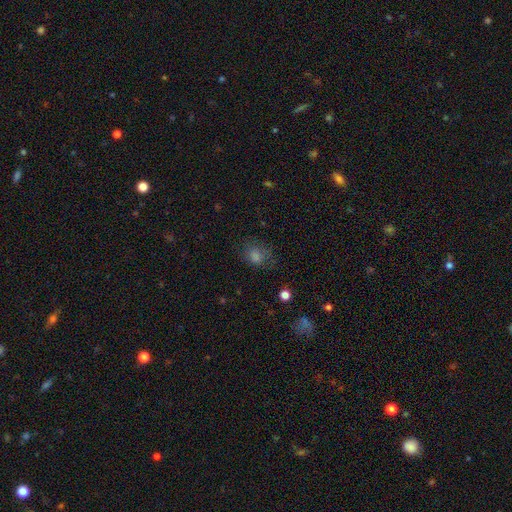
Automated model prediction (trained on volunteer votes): Smooth or featured: smooth — 67% (star or artifact — 23%)
How rounded: round — 58% (in between — 41%)
Merging: none — 69% (minor disturbance — 20%)